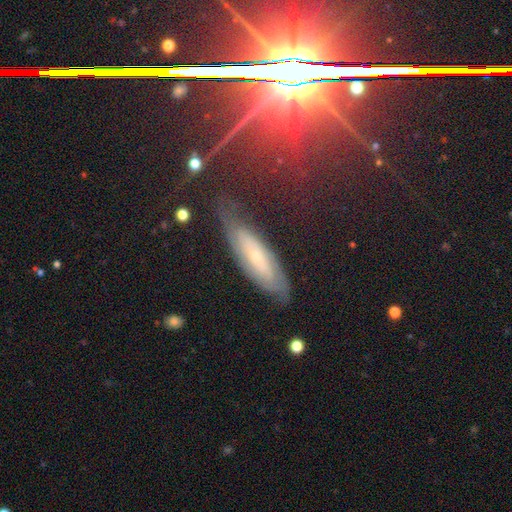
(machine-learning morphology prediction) This is possibly a featured or disk galaxy (56%). It is likely not viewed edge-on (67%). Merging: likely none (74%).